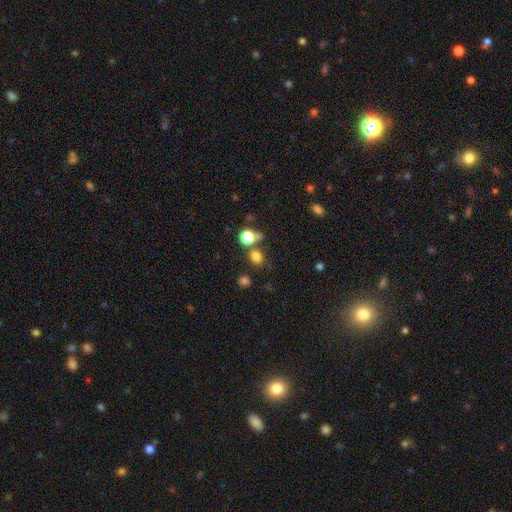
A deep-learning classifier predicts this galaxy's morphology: This appears to be a smooth galaxy with no disk features (76%) that is round (57%). Merging: none (67%).